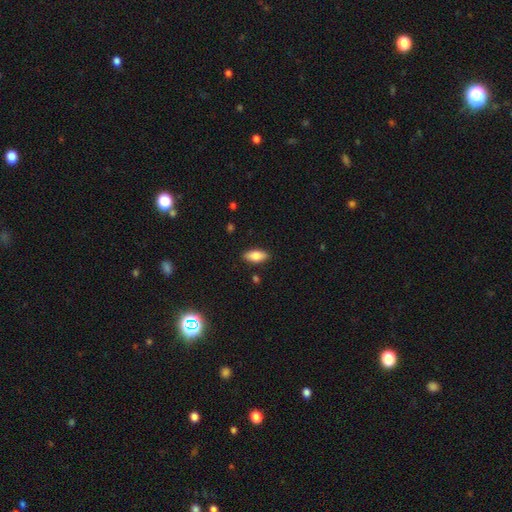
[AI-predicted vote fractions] A smooth galaxy with no disk features (80%) that is in between round and cigar-shaped (84%).

Vote fractions:
- Smooth or featured? smooth: 80% / featured or disk: 13% / star or artifact: 7%
- How rounded? in between: 84% / cigar-shaped: 13% / round: 2%
- Merging? none: 87% / minor disturbance: 9% / major disturbance: 2% / merger: 2%